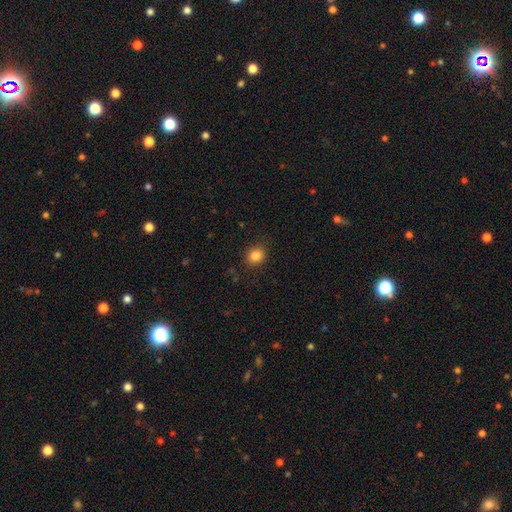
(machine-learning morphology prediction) smooth-or-featured: smooth: 84% | star or artifact: 11% | featured or disk: 5%
  how-rounded: round: 73% | in between: 26% | cigar-shaped: 1%
  merging: none: 88% | minor disturbance: 9% | major disturbance: 3% | merger: 1%